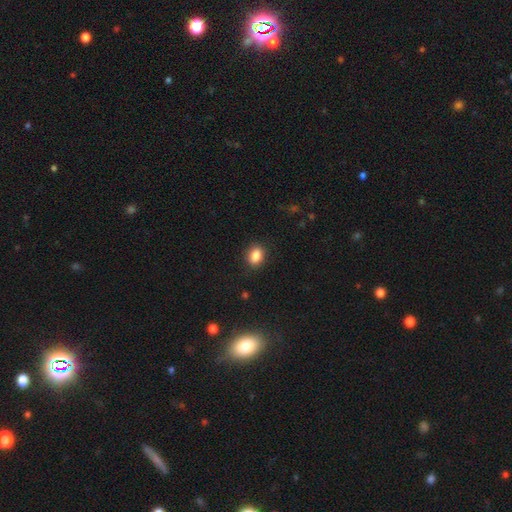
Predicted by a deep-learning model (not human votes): Q: Smooth or featured?
A: smooth (87%); runner-up: star or artifact (9%)
Q: How rounded?
A: in between (71%); runner-up: round (27%)
Q: Merging?
A: none (86%); runner-up: minor disturbance (10%)